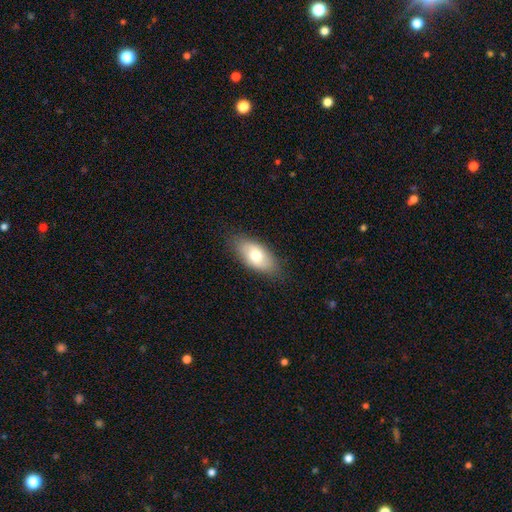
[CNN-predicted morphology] smooth-or-featured: smooth: 73% | featured or disk: 21% | star or artifact: 6%
  how-rounded: in between: 91% | cigar-shaped: 6% | round: 4%
  merging: none: 83% | minor disturbance: 13% | major disturbance: 3% | merger: 1%